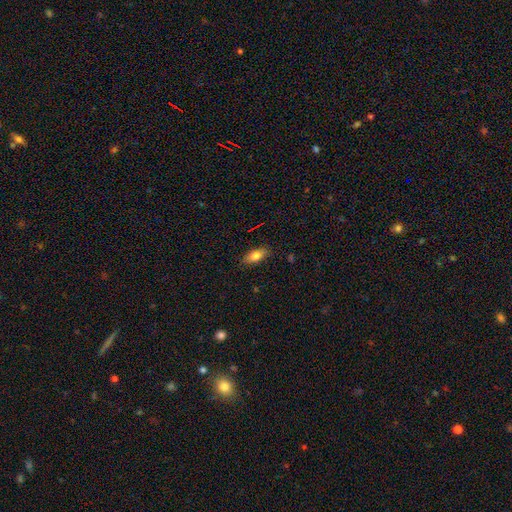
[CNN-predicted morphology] A smooth galaxy with no disk features (79%) that is in between round and cigar-shaped (82%).

Vote fractions:
- Smooth or featured? smooth: 79% / featured or disk: 13% / star or artifact: 8%
- How rounded? in between: 82% / cigar-shaped: 14% / round: 4%
- Merging? none: 84% / minor disturbance: 12% / major disturbance: 3% / merger: 1%